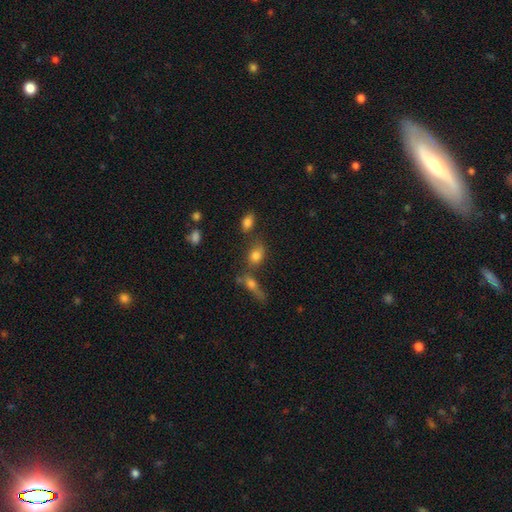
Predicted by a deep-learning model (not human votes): Q: Smooth or featured?
A: smooth (74%); runner-up: star or artifact (14%)
Q: How rounded?
A: in between (61%); runner-up: round (34%)
Q: Merging?
A: none (52%); runner-up: merger (27%)